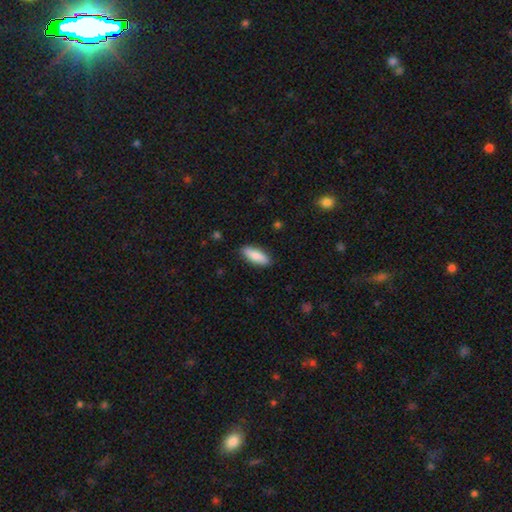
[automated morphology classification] A smooth galaxy with no disk features (83%) that is in between round and cigar-shaped (65%). Merging: none (88%).